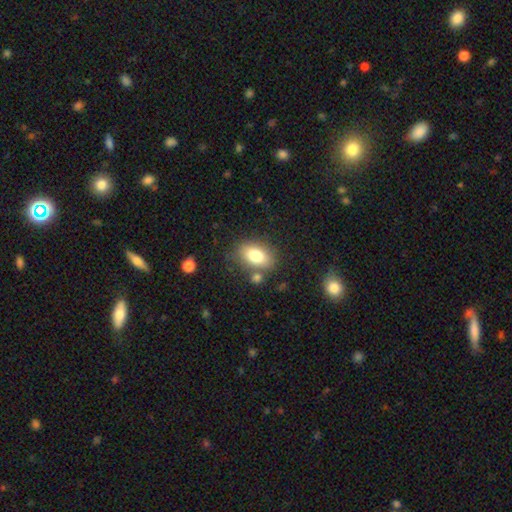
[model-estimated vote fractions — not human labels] Smooth or featured? smooth (79%)
How rounded? in between (85%)
Merging? none (73%)